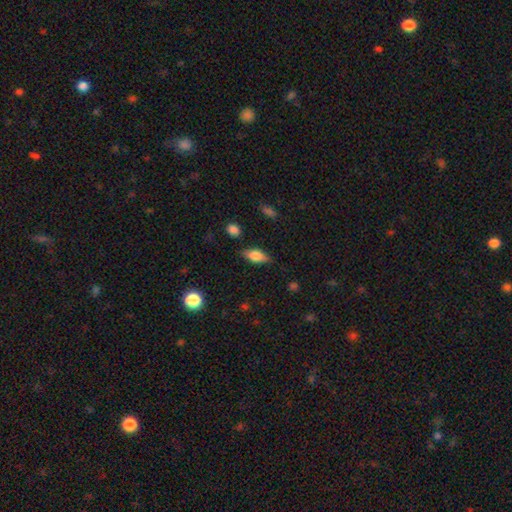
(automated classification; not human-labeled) This is likely a smooth galaxy (67%). How rounded: likely in between (77%). Merging: likely none (80%).